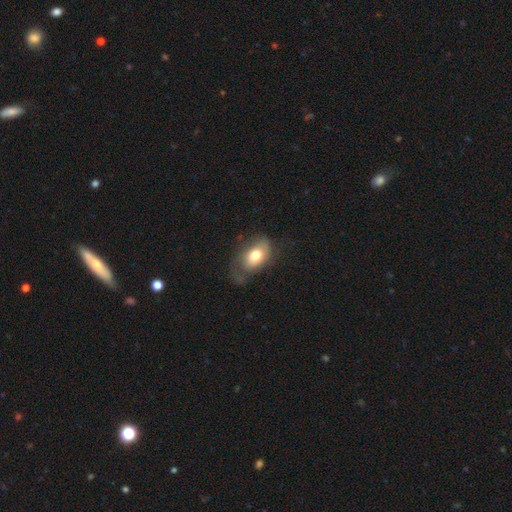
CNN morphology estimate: smooth 67%, featured or disk 26%, star or artifact 8%. Down the decision tree: how rounded — in between (85%); merging — none (44%).